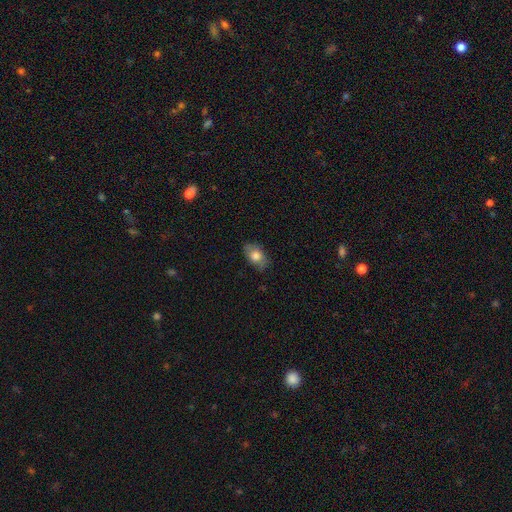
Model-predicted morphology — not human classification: This appears to be a smooth galaxy with no disk features (74%) that is in between round and cigar-shaped (86%). Merging: none (73%).